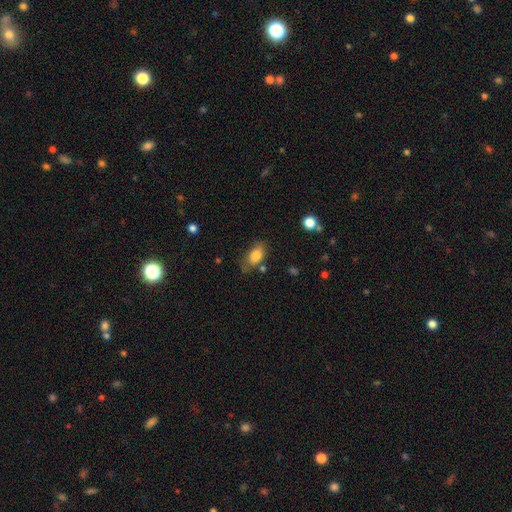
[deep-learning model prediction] Q: Smooth or featured?
A: smooth (81%); runner-up: featured or disk (11%)
Q: How rounded?
A: in between (86%); runner-up: round (11%)
Q: Merging?
A: none (64%); runner-up: minor disturbance (24%)